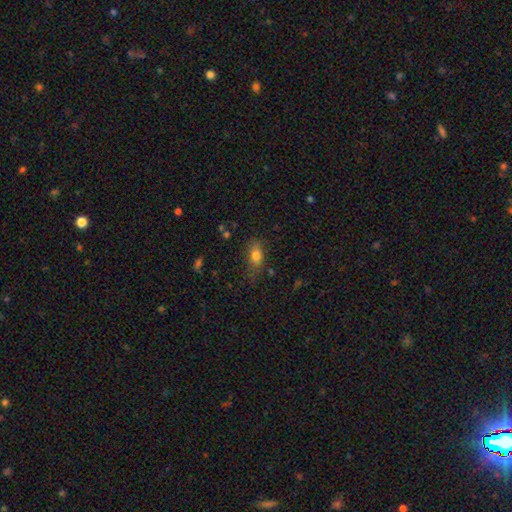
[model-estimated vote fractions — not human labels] The model was most divided on "merging": none: 65%, minor disturbance: 24%, major disturbance: 8%, merger: 3%. More confident: how rounded — in between (76%); smooth or featured — smooth (76%).